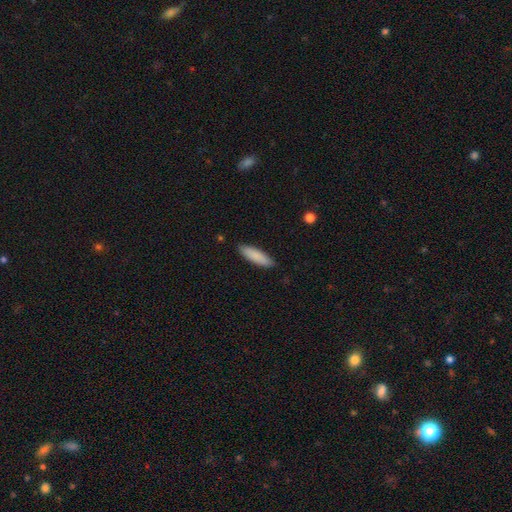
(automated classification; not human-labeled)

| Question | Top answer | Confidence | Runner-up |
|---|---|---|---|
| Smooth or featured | smooth | 87% | featured or disk (8%) |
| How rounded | cigar-shaped | 55% | in between (43%) |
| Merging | none | 87% | minor disturbance (10%) |